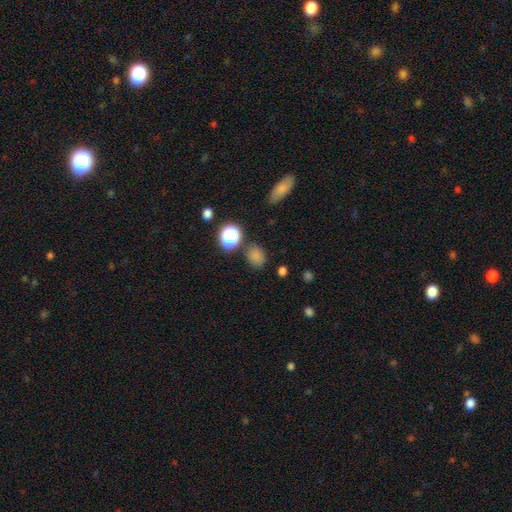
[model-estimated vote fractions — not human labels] Overall: smooth (76%). How rounded: round (55%; in between 43%). Merging: none (76%).